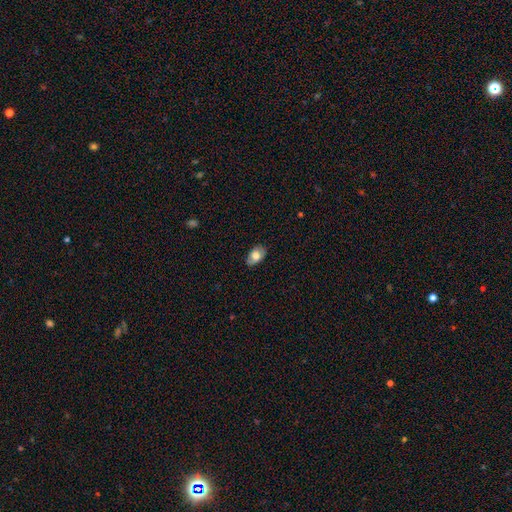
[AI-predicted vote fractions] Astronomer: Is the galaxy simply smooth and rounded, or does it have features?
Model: smooth — 67%.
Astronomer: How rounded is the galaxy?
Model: in between — 90%.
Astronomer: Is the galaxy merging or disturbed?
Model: none — 80%.